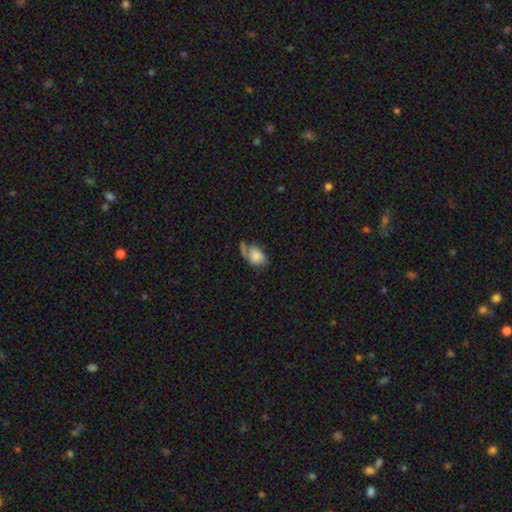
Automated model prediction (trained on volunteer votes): Smooth or featured? smooth (67%)
How rounded? in between (84%)
Merging? none (33%)